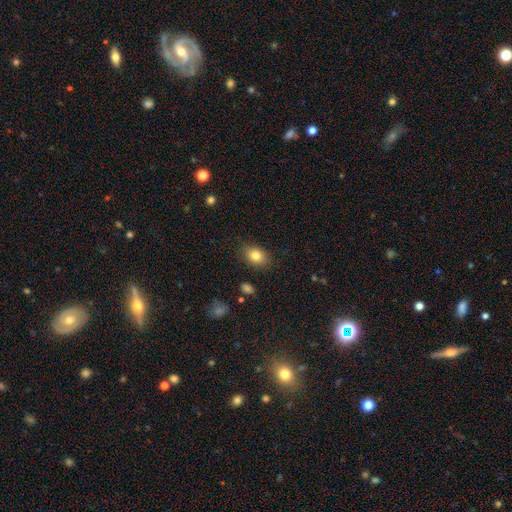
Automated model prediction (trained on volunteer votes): smooth_or_featured: smooth (p=0.82) [alt: star or artifact p=0.09]
how_rounded: in between (p=0.73) [alt: round p=0.26]
merging: none (p=0.85) [alt: minor disturbance p=0.11]